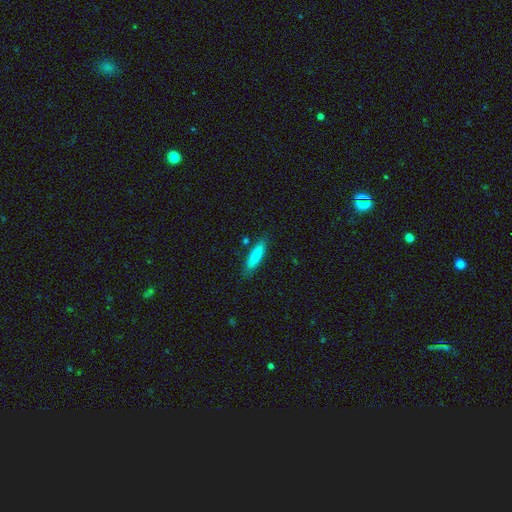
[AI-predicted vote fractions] Morphology: type=smooth (83%); roundness=cigar-shaped (74%); merging=none (82%).